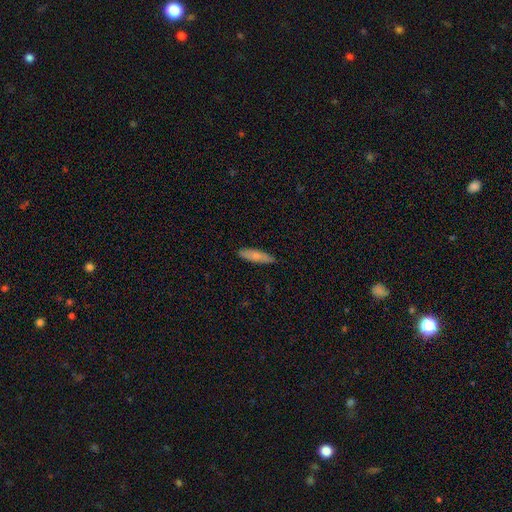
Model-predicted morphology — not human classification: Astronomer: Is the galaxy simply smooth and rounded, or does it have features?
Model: smooth — 71%.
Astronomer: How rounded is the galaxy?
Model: cigar-shaped — 61% (runner-up: in between, 37%).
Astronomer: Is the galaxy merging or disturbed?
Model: none — 85%.